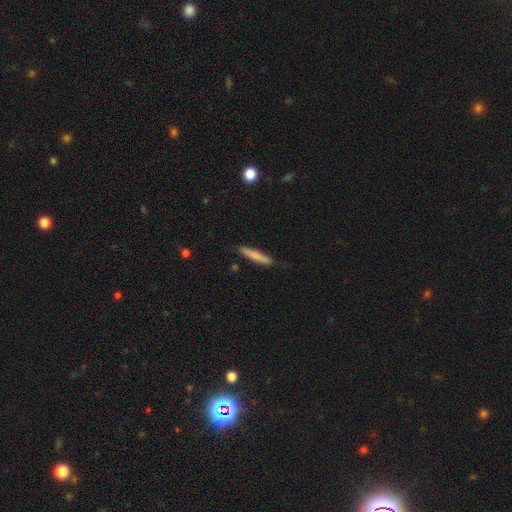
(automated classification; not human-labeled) Overall: smooth (78%). How rounded: cigar-shaped (93%). Merging: none (86%).